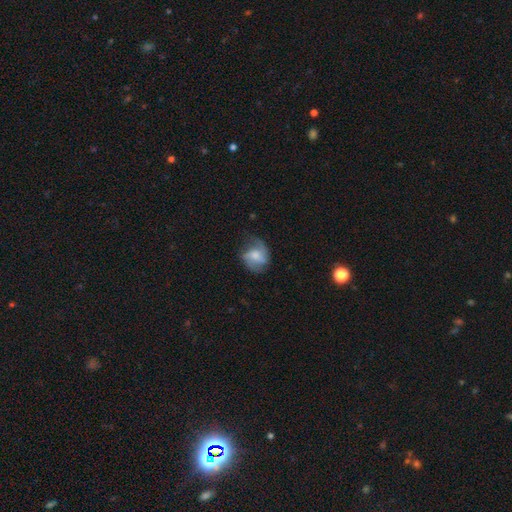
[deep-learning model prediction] featured or disk 52%, smooth 41%, star or artifact 8%. Down the decision tree: edge-on disk — no (96%); merging — none (56%).